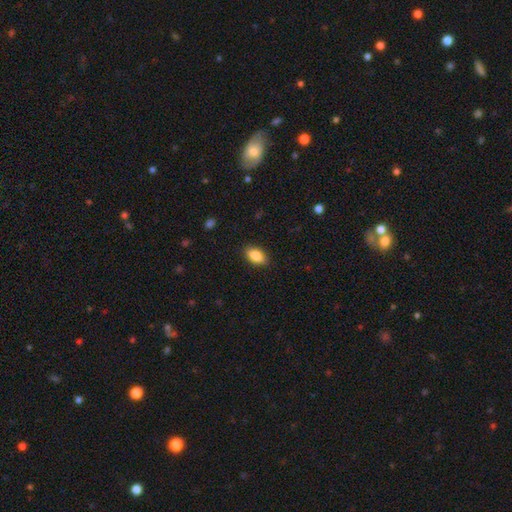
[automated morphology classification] Smooth or featured? smooth (85%)
How rounded? in between (90%)
Merging? none (88%)